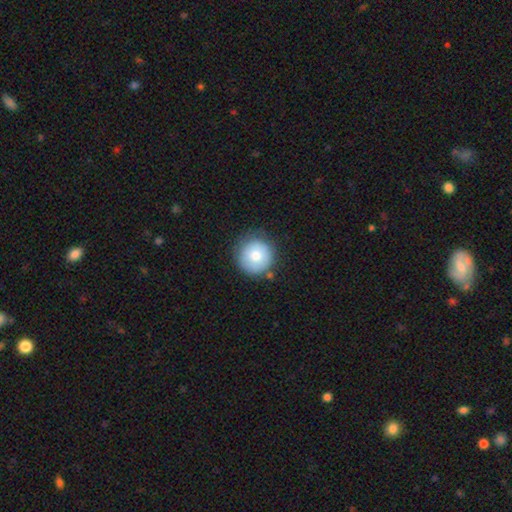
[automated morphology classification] The model was most divided on "smooth or featured": smooth: 75%, featured or disk: 17%, star or artifact: 8%. More confident: how rounded — round (96%); merging — none (76%).